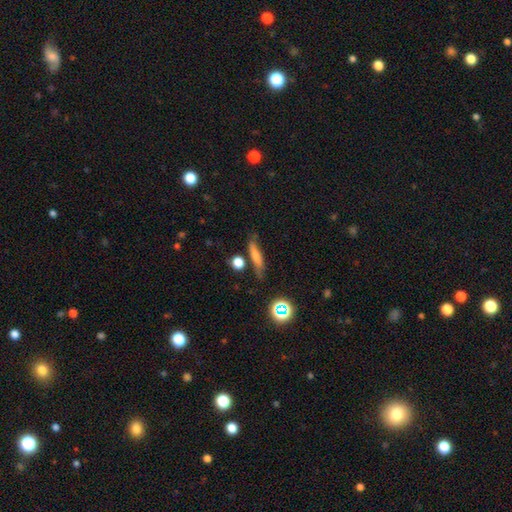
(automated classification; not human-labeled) Morphology: type=smooth (61%); roundness=cigar-shaped (74%); merging=none (64%).